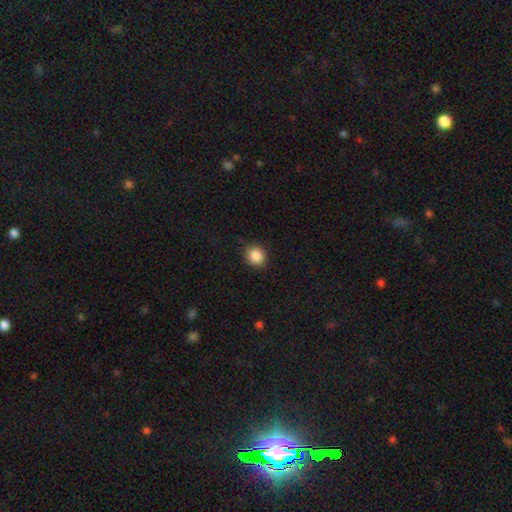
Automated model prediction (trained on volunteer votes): This appears to be a smooth galaxy with no disk features (87%) that is round (86%). Merging: none (88%).